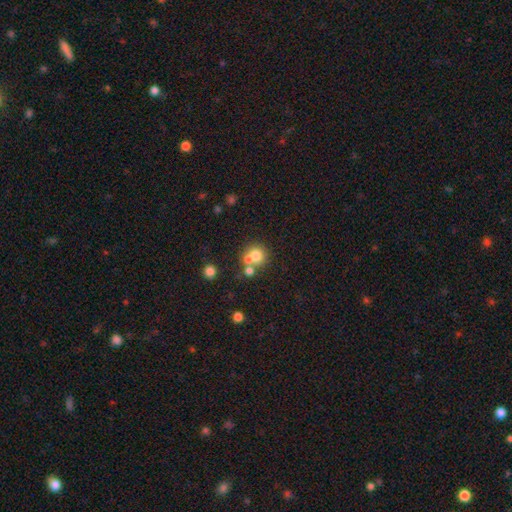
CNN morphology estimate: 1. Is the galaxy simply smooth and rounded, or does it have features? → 70% smooth, 17% featured or disk, 14% star or artifact.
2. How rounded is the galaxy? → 85% round, 14% in between, 1% cigar-shaped.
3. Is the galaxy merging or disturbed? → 47% none, 41% merger, 8% minor disturbance, 4% major disturbance.